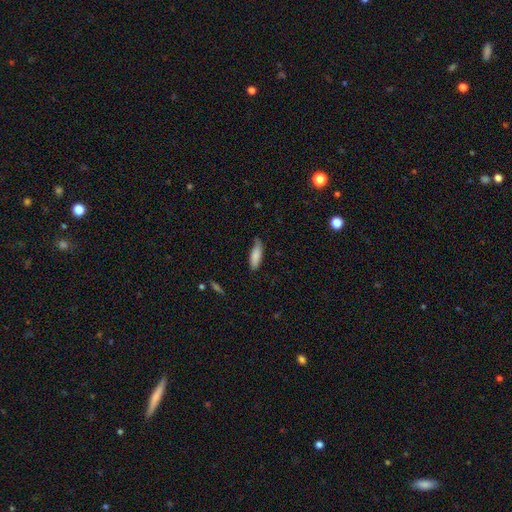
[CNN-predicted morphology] This is clearly a smooth galaxy (83%). How rounded: possibly in between (55%). Merging: likely none (63%).